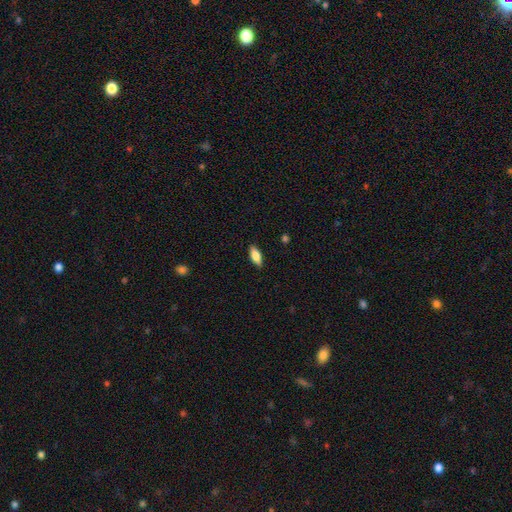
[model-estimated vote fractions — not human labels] Morphology: type=smooth (82%); roundness=in between (79%); merging=none (88%).